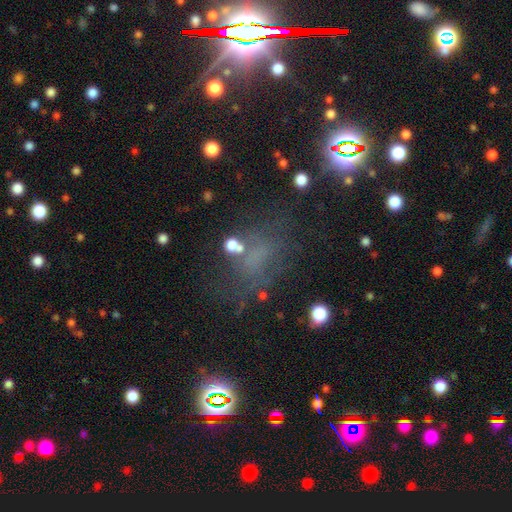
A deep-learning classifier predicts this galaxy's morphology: A star or artifact, not a galaxy (43%).